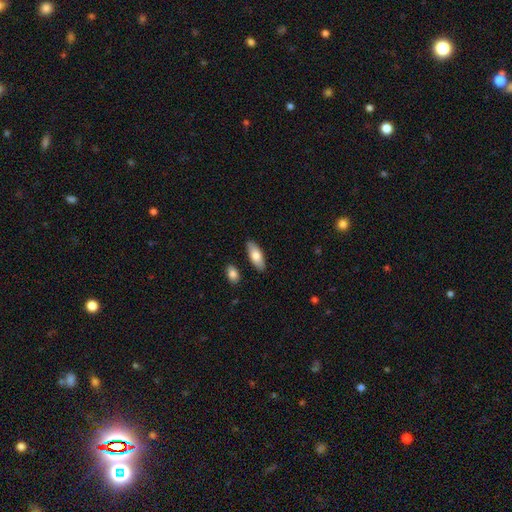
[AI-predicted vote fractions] A smooth galaxy with no disk features (77%) that is in between round and cigar-shaped (79%). Merging: none (87%).